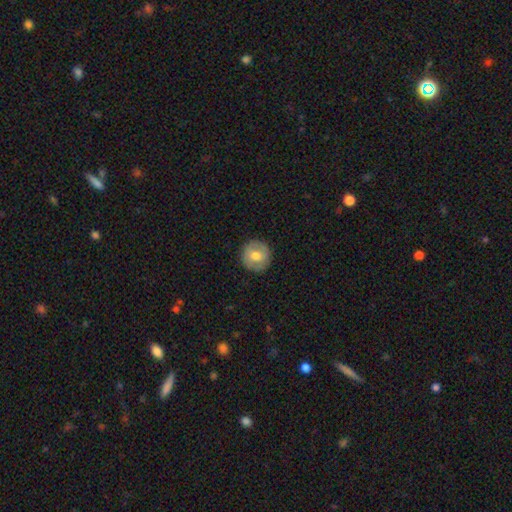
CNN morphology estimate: smooth 62%, featured or disk 31%, star or artifact 7%. Down the decision tree: how rounded — round (93%); merging — none (89%).